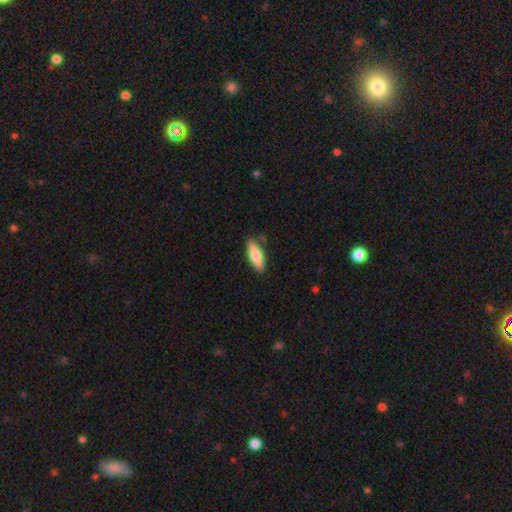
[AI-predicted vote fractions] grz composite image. It shows a smooth galaxy with no disk features (76%) that is in between round and cigar-shaped (61%). Merging: none (81%).